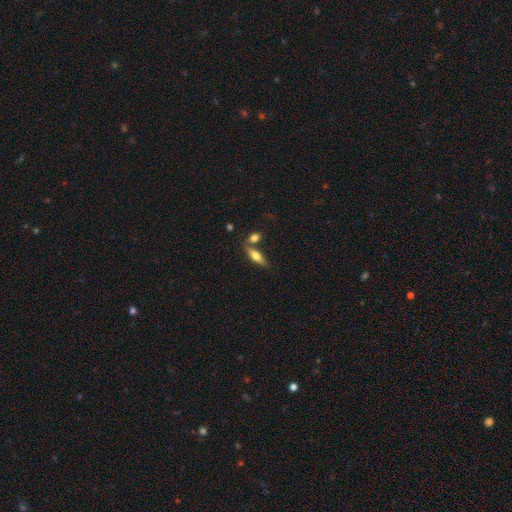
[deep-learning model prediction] Smooth or featured?
  - smooth: 63% *
  - featured or disk: 31%
  - star or artifact: 7%
How rounded?
  - in between: 56% *
  - cigar-shaped: 42%
  - round: 3%
Merging?
  - none: 67% *
  - merger: 18%
  - minor disturbance: 12%
  - major disturbance: 3%